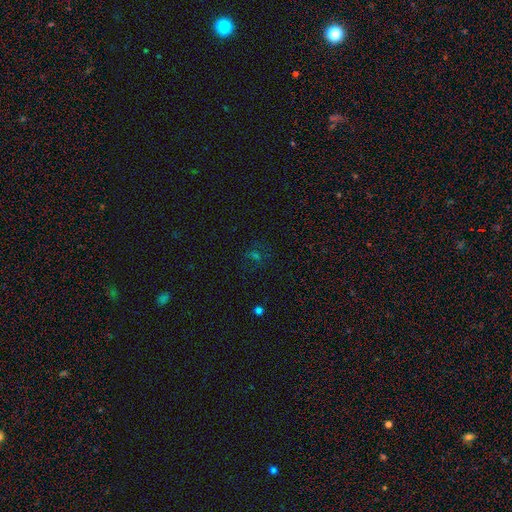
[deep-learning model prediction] Morphology: type=star or artifact (49%).